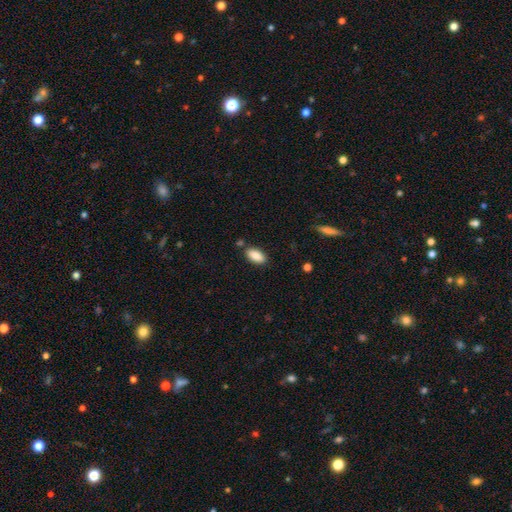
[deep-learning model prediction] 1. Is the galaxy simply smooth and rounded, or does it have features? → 88% smooth, 7% star or artifact, 5% featured or disk.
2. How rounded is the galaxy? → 91% in between, 6% cigar-shaped, 3% round.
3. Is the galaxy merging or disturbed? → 82% none, 11% minor disturbance, 5% merger, 2% major disturbance.